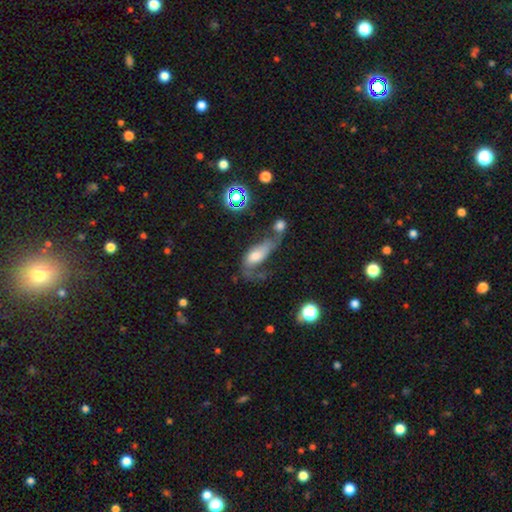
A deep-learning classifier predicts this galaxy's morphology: type=featured or disk (45%); merging=merger (33%).